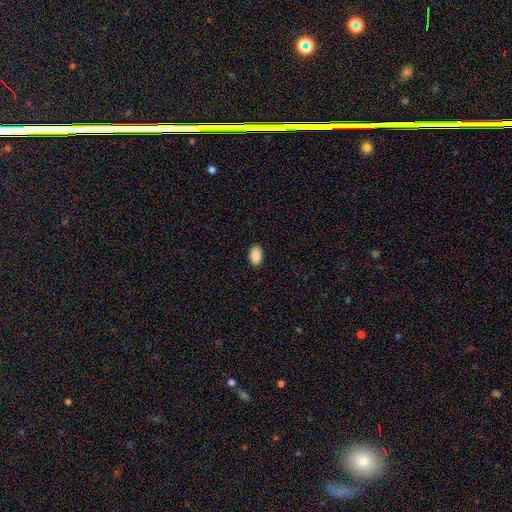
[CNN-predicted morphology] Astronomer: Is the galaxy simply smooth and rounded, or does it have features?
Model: smooth — 90%.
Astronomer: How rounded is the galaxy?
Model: in between — 92%.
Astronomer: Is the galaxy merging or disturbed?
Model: none — 88%.